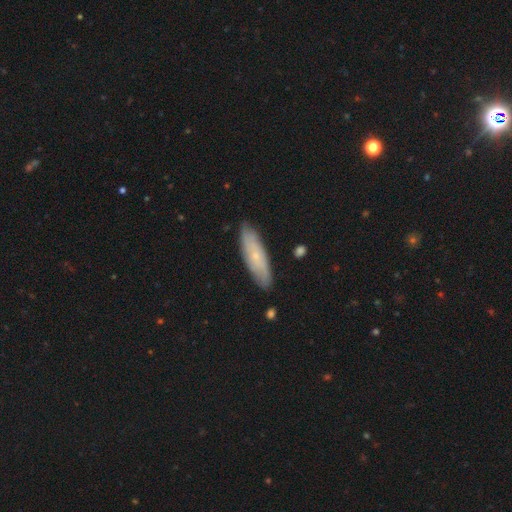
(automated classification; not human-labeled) Q: Smooth or featured?
A: smooth (54%); runner-up: featured or disk (39%)
Q: How rounded?
A: cigar-shaped (58%); runner-up: in between (40%)
Q: Merging?
A: none (85%); runner-up: minor disturbance (11%)